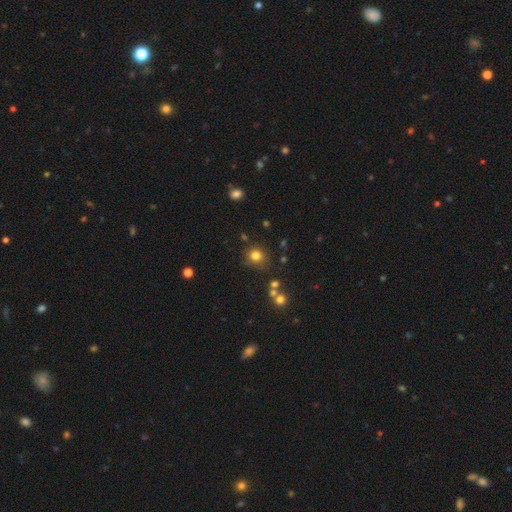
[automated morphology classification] Smooth or featured? smooth (79%)
How rounded? round (86%)
Merging? none (80%)